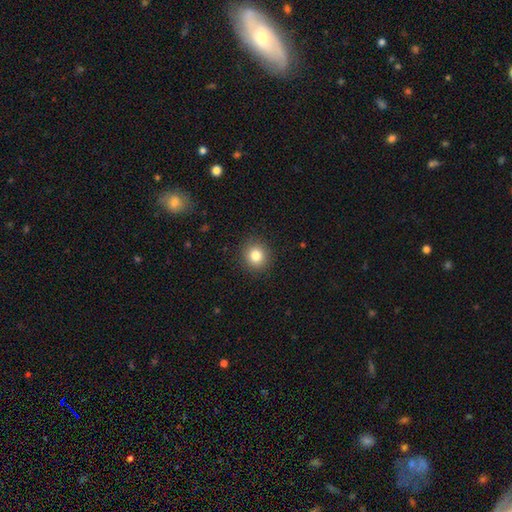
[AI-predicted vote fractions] A smooth galaxy with no disk features (82%) that is round (90%). Merging: none (91%).